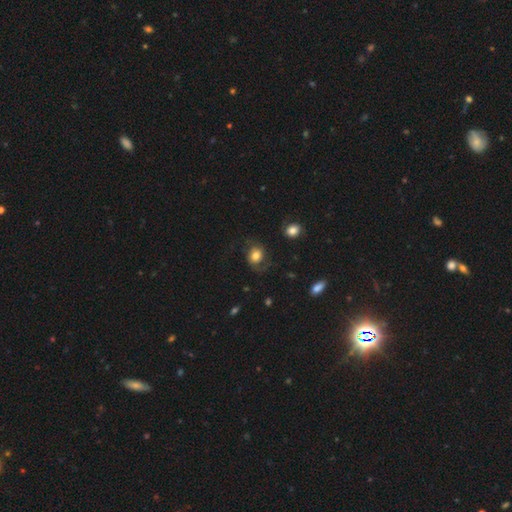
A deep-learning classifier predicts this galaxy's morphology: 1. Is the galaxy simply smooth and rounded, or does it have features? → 53% smooth, 38% featured or disk, 9% star or artifact.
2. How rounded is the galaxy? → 60% round, 39% in between, 1% cigar-shaped.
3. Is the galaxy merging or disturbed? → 63% none, 18% minor disturbance, 17% major disturbance, 2% merger.